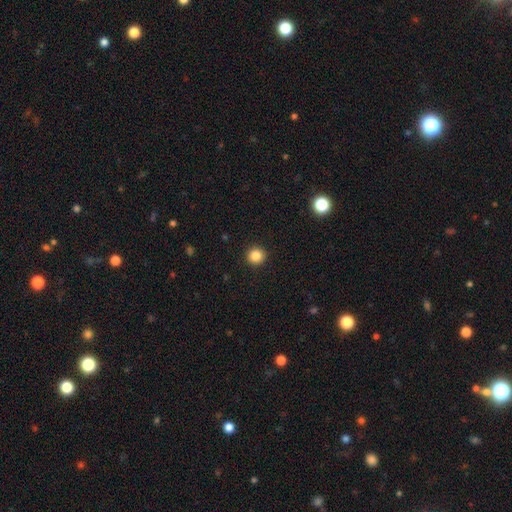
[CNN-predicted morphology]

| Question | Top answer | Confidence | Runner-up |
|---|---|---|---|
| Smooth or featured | smooth | 86% | star or artifact (10%) |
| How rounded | round | 94% | in between (6%) |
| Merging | none | 93% | minor disturbance (5%) |